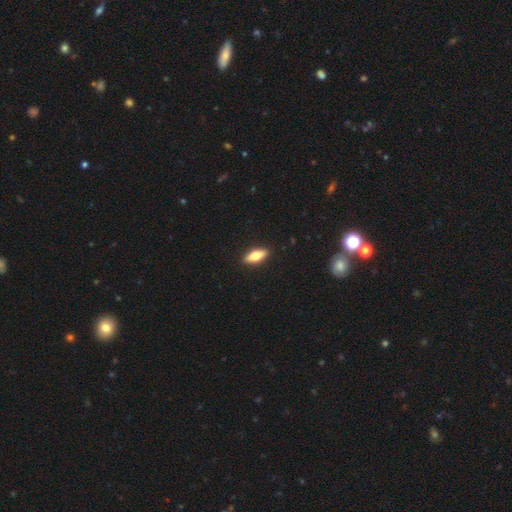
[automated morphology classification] smooth_or_featured: smooth (p=0.65) [alt: featured or disk p=0.28]
how_rounded: in between (p=0.69) [alt: cigar-shaped p=0.28]
merging: none (p=0.91) [alt: minor disturbance p=0.07]